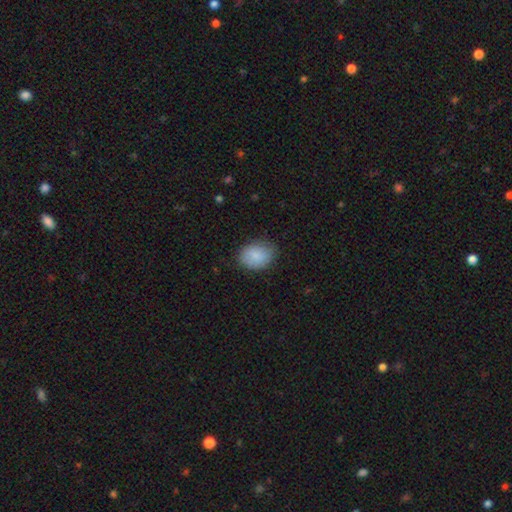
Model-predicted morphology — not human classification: Smooth or featured? smooth (87%)
How rounded? in between (71%)
Merging? none (77%)